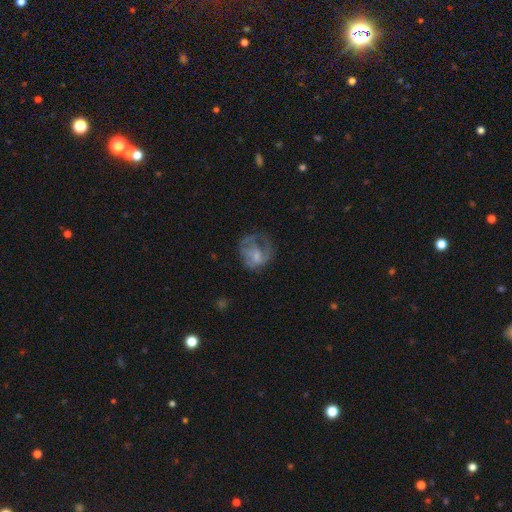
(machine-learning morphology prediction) type=featured or disk (48%); merging=major disturbance (38%, tied with none).